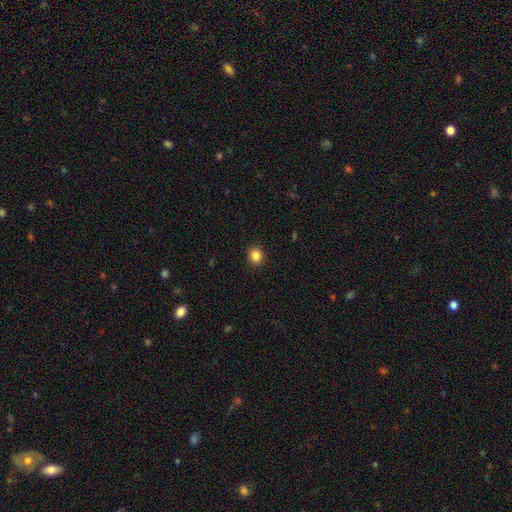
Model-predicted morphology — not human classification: This appears to be a smooth galaxy with no disk features (85%) that is round (83%). Merging: none (92%).